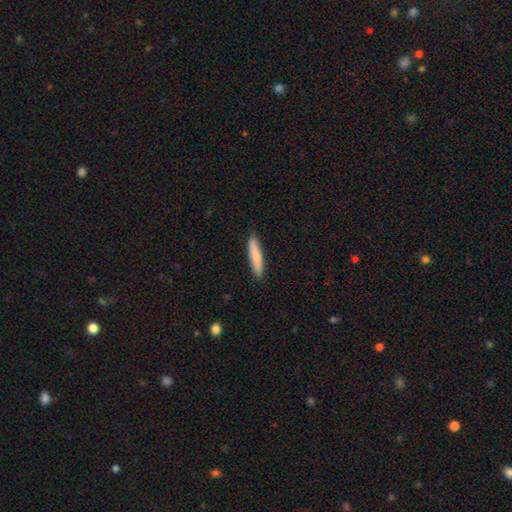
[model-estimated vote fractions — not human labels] This is clearly a smooth galaxy (80%). How rounded: clearly cigar-shaped (88%). Merging: clearly none (88%).